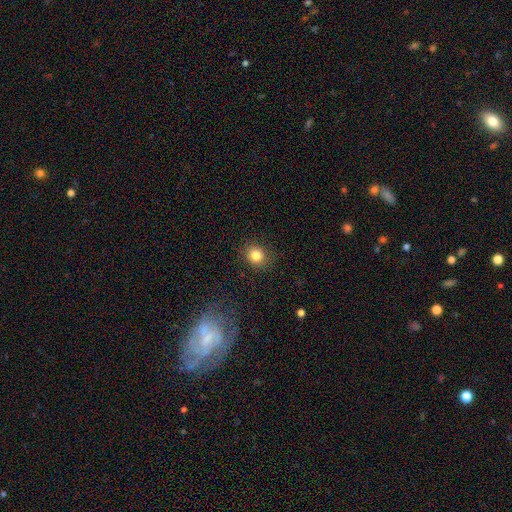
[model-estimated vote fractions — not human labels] smooth 82%, star or artifact 11%, featured or disk 6%. Down the decision tree: how rounded — round (80%); merging — none (88%).